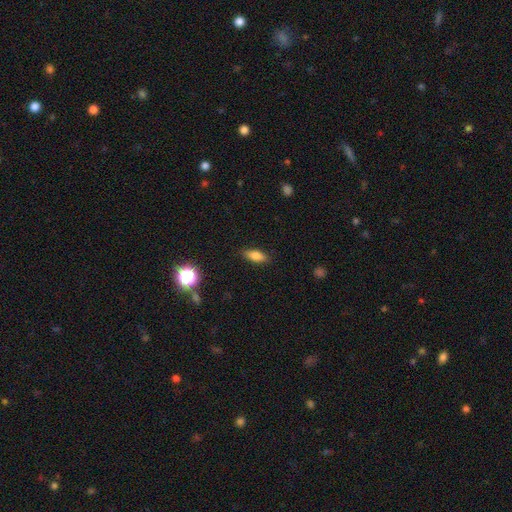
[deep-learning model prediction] Q: Smooth or featured?
A: smooth (77%); runner-up: featured or disk (14%)
Q: How rounded?
A: in between (71%); runner-up: cigar-shaped (25%)
Q: Merging?
A: none (86%); runner-up: minor disturbance (10%)